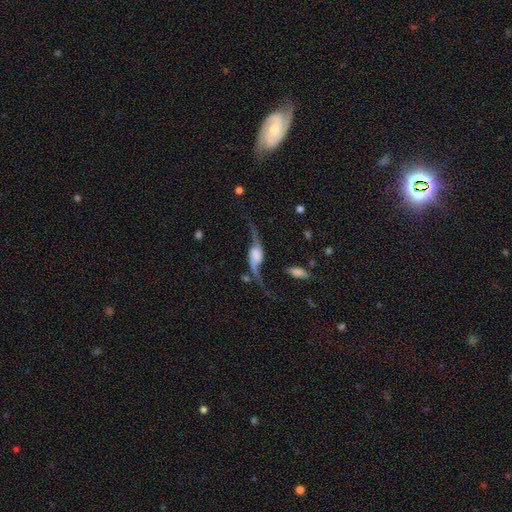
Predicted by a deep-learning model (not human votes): Smooth or featured? Predicted: featured or disk (p=0.86). Edge-on disk? Predicted: no (p=0.81). Bar? Predicted: no (p=0.47). Spiral arms? Predicted: yes (p=0.95). Spiral winding? Predicted: loose (p=0.93). Spiral arm count? Predicted: 2 (p=0.94). Bulge size? Predicted: none (p=0.29). Merging? Predicted: none (p=0.63).